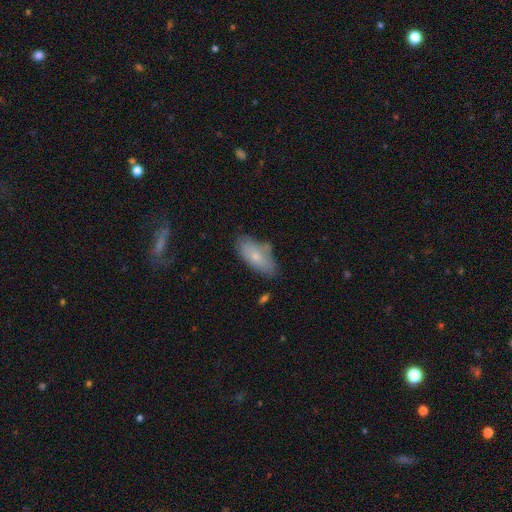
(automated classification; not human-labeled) Q: Smooth or featured?
A: smooth (70%); runner-up: featured or disk (23%)
Q: How rounded?
A: in between (87%); runner-up: cigar-shaped (11%)
Q: Merging?
A: none (68%); runner-up: minor disturbance (23%)